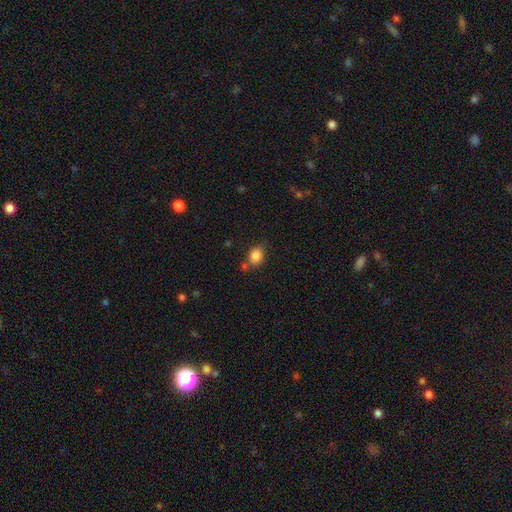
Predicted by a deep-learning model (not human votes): Morphology: type=smooth (86%); roundness=in between (55%); merging=none (68%).